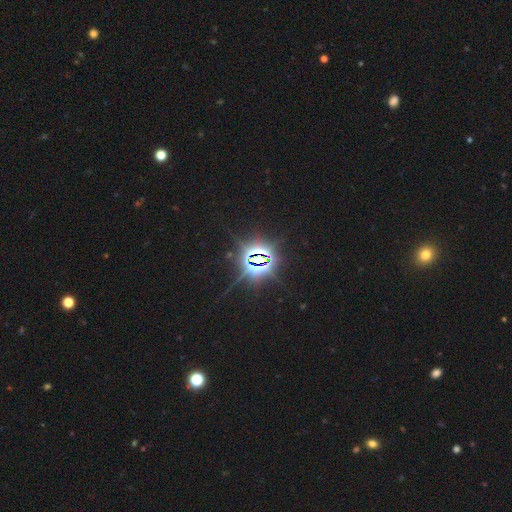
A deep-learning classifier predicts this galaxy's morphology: This is clearly a star or artifact rather than a galaxy (87%).